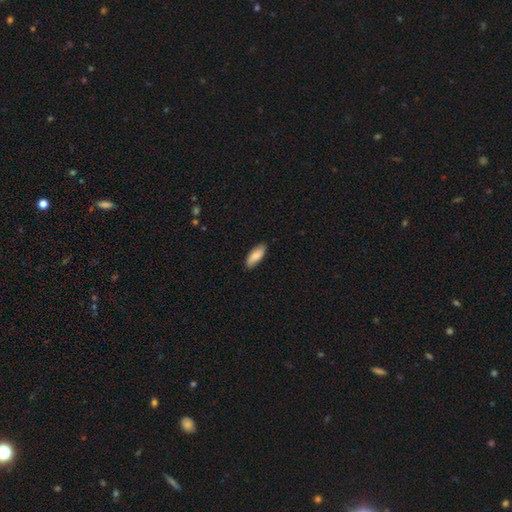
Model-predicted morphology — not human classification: type=smooth (83%); roundness=in between (75%); merging=none (87%).